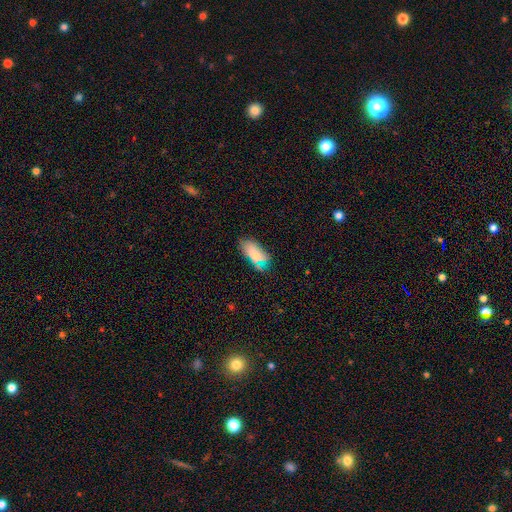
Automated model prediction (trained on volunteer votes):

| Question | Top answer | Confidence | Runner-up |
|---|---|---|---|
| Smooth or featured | smooth | 78% | star or artifact (12%) |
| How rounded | in between | 88% | cigar-shaped (9%) |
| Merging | none | 67% | minor disturbance (22%) |